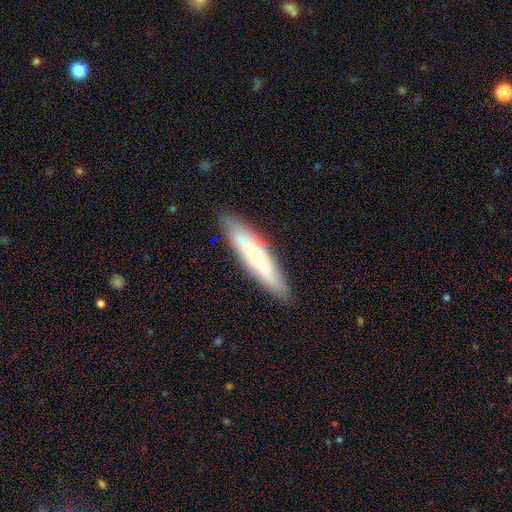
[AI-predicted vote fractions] Morphology: type=smooth (55%); roundness=cigar-shaped (82%); merging=none (88%).